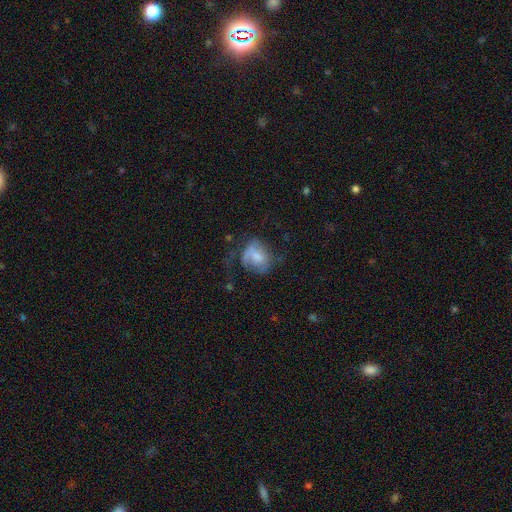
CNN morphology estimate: Smooth or featured? Predicted: smooth (p=0.46). Merging? Predicted: major disturbance (p=0.42).